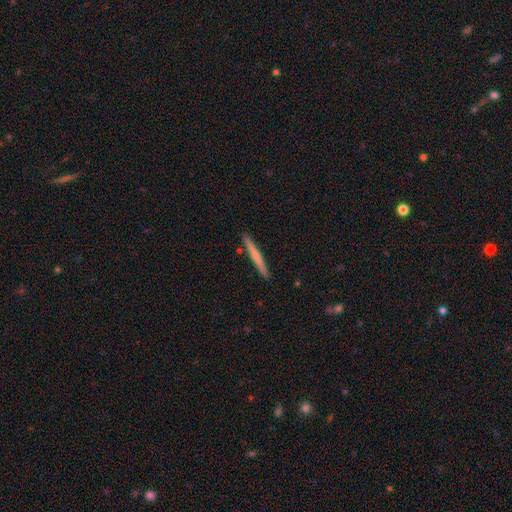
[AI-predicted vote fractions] Morphology: type=smooth (55%); roundness=cigar-shaped (97%); merging=none (91%).